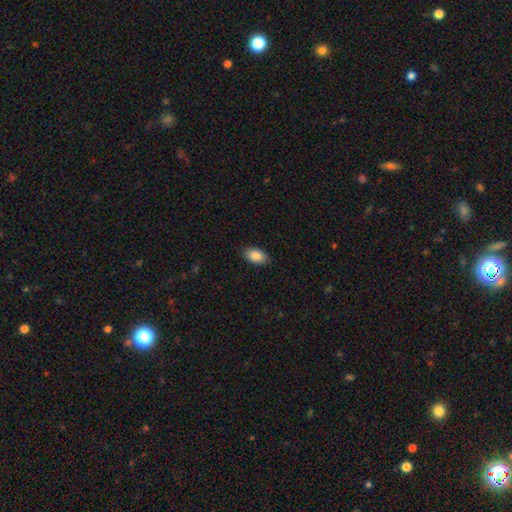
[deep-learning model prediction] Morphology: type=smooth (86%); roundness=in between (93%); merging=none (88%).